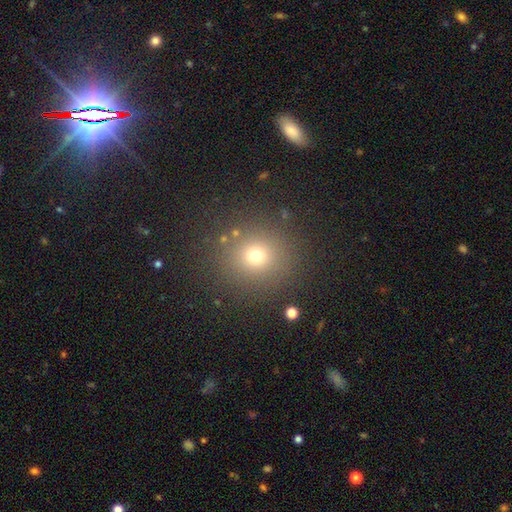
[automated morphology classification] Q: Smooth or featured?
A: smooth (69%); runner-up: star or artifact (22%)
Q: How rounded?
A: round (92%); runner-up: in between (7%)
Q: Merging?
A: none (87%); runner-up: minor disturbance (7%)